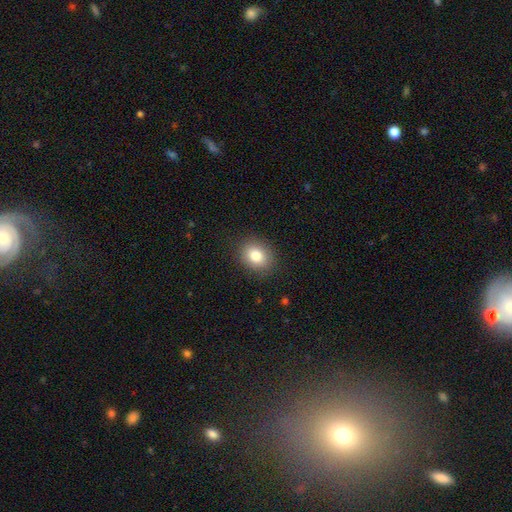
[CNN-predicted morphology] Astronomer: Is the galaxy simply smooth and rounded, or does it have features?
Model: smooth — 82%.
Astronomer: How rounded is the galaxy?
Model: round — 56% (runner-up: in between, 43%).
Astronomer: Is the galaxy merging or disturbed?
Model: none — 88%.